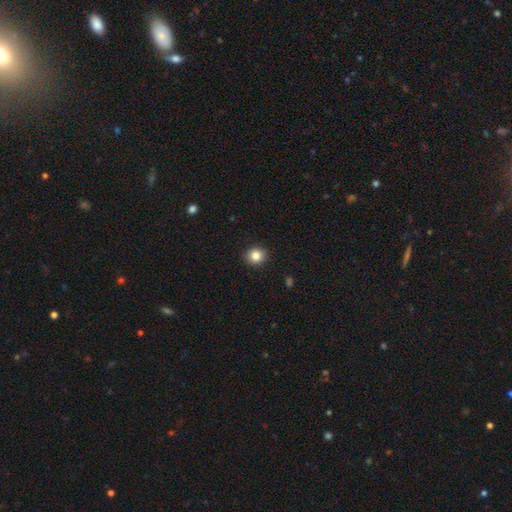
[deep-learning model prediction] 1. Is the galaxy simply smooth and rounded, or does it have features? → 84% smooth, 10% star or artifact, 6% featured or disk.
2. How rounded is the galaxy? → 87% round, 12% in between, 1% cigar-shaped.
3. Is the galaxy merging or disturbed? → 92% none, 6% minor disturbance, 2% major disturbance, 1% merger.